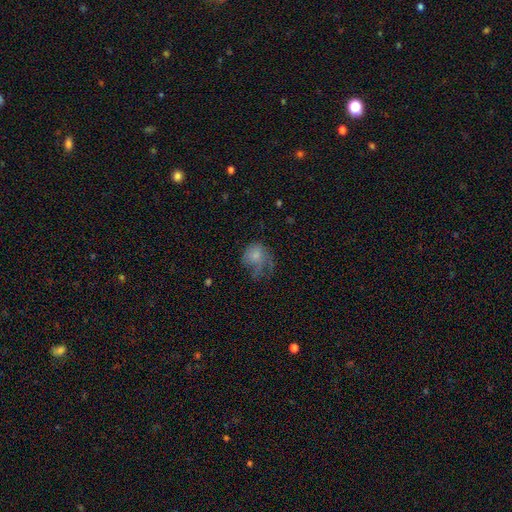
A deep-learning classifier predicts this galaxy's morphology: smooth-or-featured: smooth: 66% | featured or disk: 23% | star or artifact: 12%
  how-rounded: round: 60% | in between: 39% | cigar-shaped: 1%
  merging: major disturbance: 39% | none: 32% | minor disturbance: 27% | merger: 2%